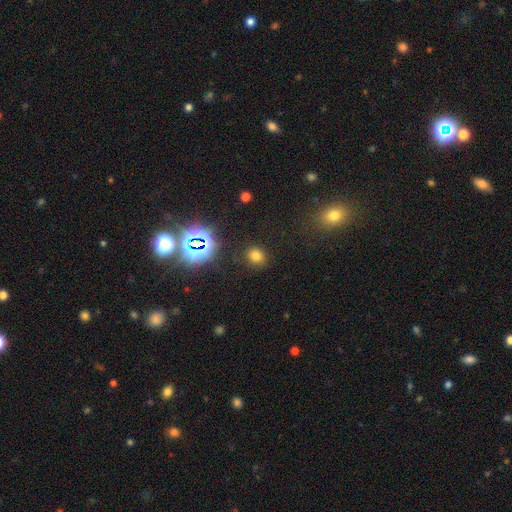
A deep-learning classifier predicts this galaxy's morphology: Q: Smooth or featured?
A: smooth (70%); runner-up: star or artifact (23%)
Q: How rounded?
A: round (73%); runner-up: in between (25%)
Q: Merging?
A: none (87%); runner-up: minor disturbance (8%)